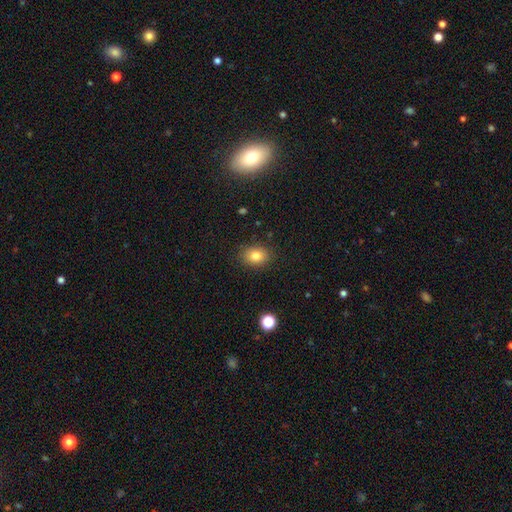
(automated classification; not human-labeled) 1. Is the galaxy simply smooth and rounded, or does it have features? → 82% smooth, 11% star or artifact, 7% featured or disk.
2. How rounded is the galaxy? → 59% in between, 40% round, 1% cigar-shaped.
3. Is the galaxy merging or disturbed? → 87% none, 9% minor disturbance, 2% major disturbance, 1% merger.